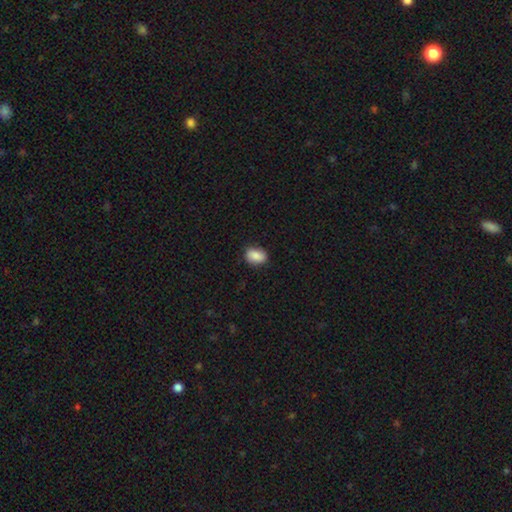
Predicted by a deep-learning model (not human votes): smooth 85%, featured or disk 8%, star or artifact 7%. Down the decision tree: how rounded — in between (79%); merging — none (83%).